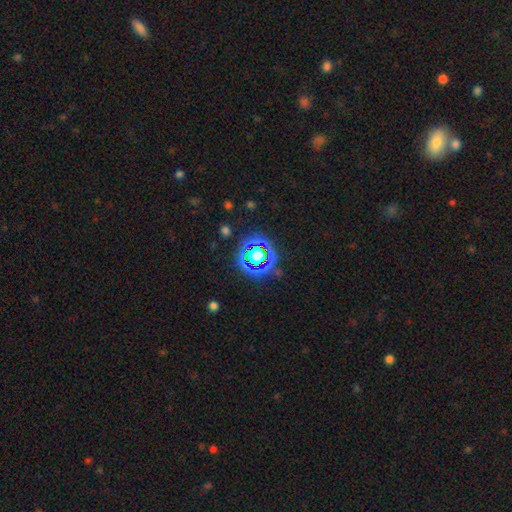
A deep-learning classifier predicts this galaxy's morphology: Overall: star or artifact (58%; smooth 30%).